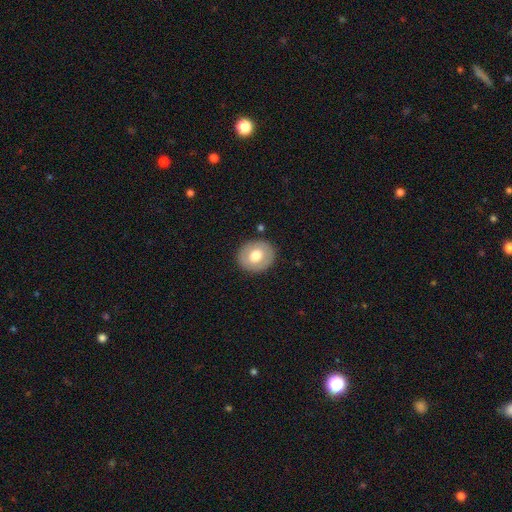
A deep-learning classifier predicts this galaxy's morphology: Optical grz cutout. It shows a smooth galaxy with no disk features (65%) that is round (74%). Merging: none (88%).